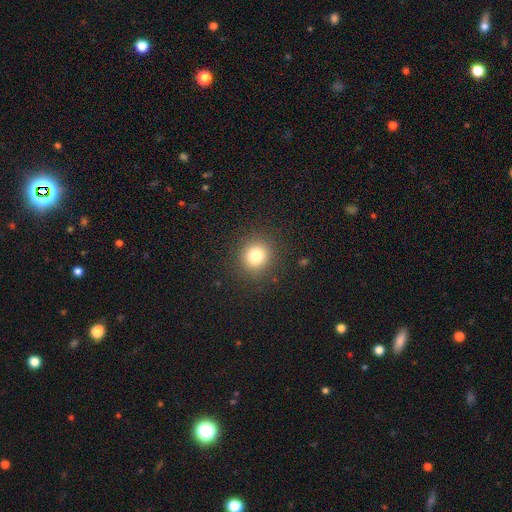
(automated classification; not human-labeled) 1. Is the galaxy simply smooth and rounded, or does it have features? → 79% smooth, 13% star or artifact, 8% featured or disk.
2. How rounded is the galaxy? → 90% round, 9% in between, 1% cigar-shaped.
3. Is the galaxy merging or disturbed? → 90% none, 6% minor disturbance, 3% major disturbance, 1% merger.